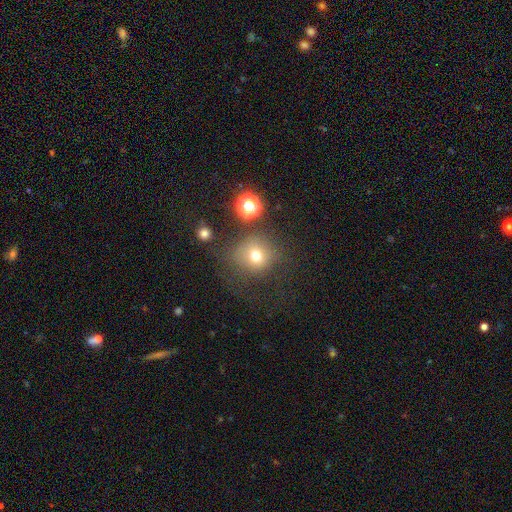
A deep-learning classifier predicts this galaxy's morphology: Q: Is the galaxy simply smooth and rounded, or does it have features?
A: smooth — 70%.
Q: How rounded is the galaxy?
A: round — 87%.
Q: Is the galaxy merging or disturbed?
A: none — 69%.